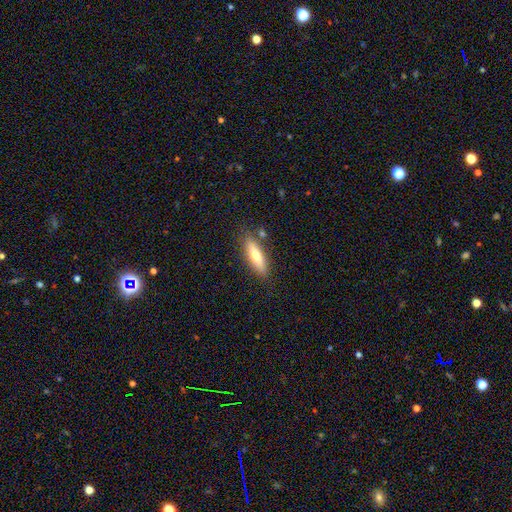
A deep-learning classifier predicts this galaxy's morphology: A smooth galaxy with no disk features (64%) that is cigar-shaped (53%).

Vote fractions:
- Smooth or featured? smooth: 64% / featured or disk: 29% / star or artifact: 7%
- How rounded? cigar-shaped: 53% / in between: 45% / round: 2%
- Merging? none: 80% / minor disturbance: 12% / merger: 5% / major disturbance: 3%